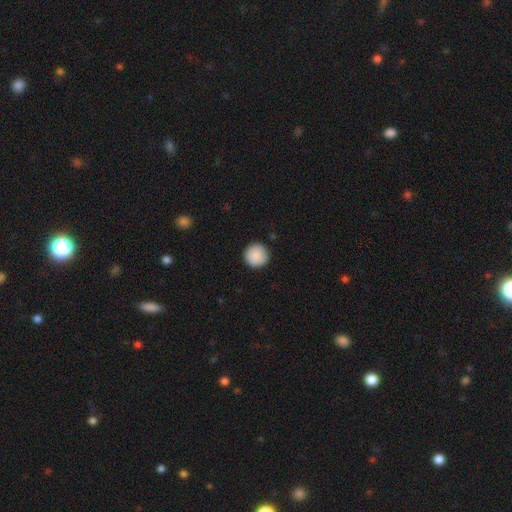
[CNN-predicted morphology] This is clearly a smooth galaxy (89%). How rounded: clearly round (96%). Merging: clearly none (92%).